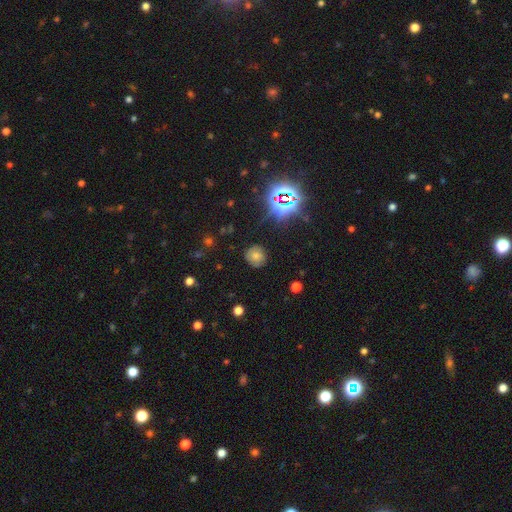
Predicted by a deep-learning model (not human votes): Smooth or featured: smooth — 64% (star or artifact — 22%)
How rounded: round — 86% (in between — 13%)
Merging: none — 81% (minor disturbance — 13%)